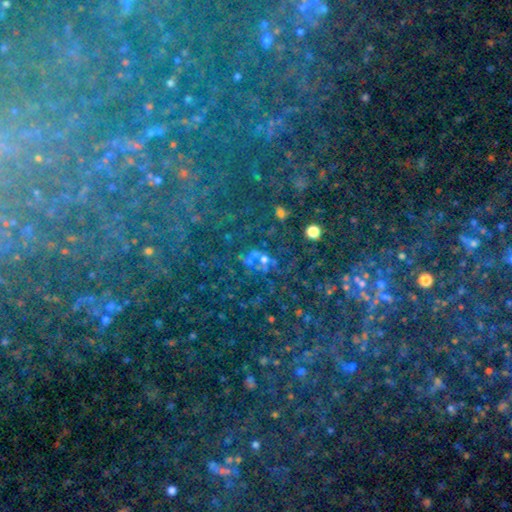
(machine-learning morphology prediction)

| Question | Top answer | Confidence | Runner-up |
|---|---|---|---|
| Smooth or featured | star or artifact | 75% | smooth (14%) |